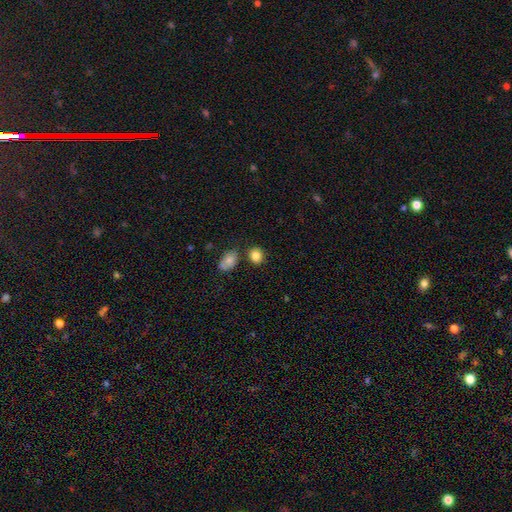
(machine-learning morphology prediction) smooth-or-featured: smooth: 85% | star or artifact: 10% | featured or disk: 5%
  how-rounded: round: 76% | in between: 23% | cigar-shaped: 1%
  merging: none: 78% | minor disturbance: 11% | merger: 8% | major disturbance: 3%